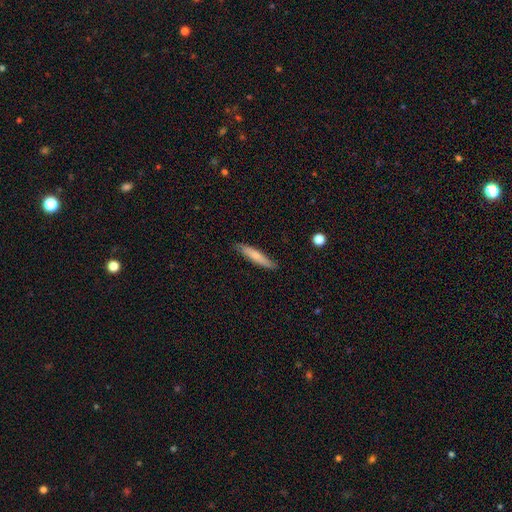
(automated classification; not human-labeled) Q: Smooth or featured?
A: smooth (69%); runner-up: featured or disk (25%)
Q: How rounded?
A: cigar-shaped (90%); runner-up: in between (9%)
Q: Merging?
A: none (85%); runner-up: minor disturbance (12%)